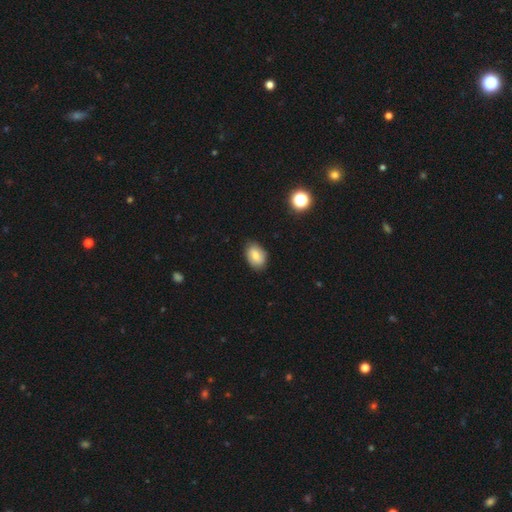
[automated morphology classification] This appears to be a smooth galaxy with no disk features (74%) that is in between round and cigar-shaped (81%). Merging: none (81%).